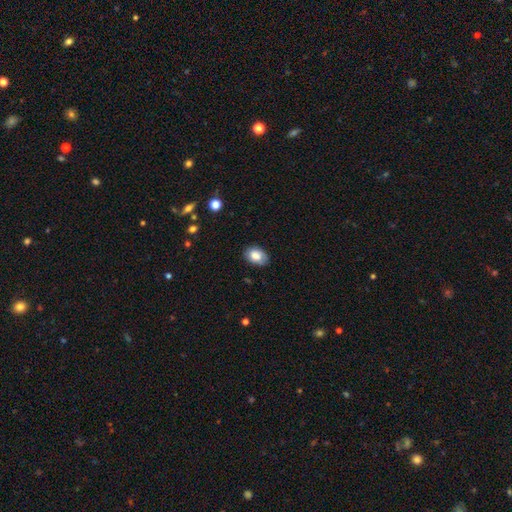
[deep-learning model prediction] Q: Smooth or featured?
A: smooth (82%); runner-up: featured or disk (10%)
Q: How rounded?
A: in between (83%); runner-up: round (16%)
Q: Merging?
A: none (80%); runner-up: minor disturbance (16%)